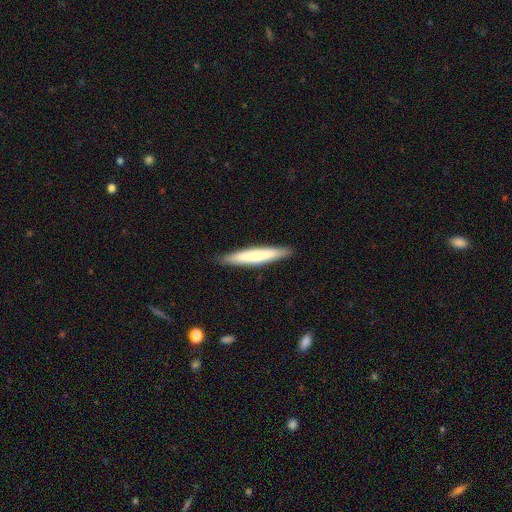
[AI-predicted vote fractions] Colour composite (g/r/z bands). It shows a smooth galaxy with no disk features (68%) that is cigar-shaped (93%). Merging: none (88%).